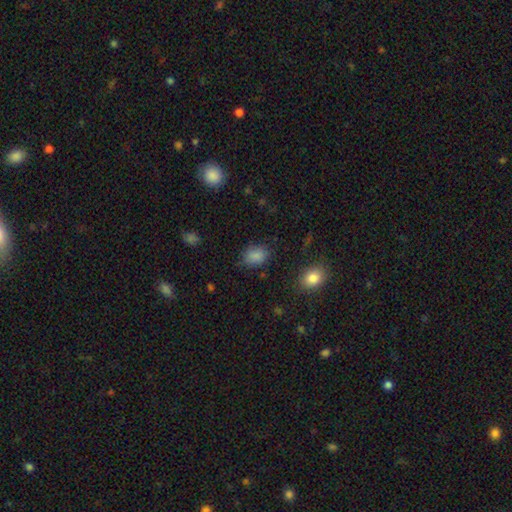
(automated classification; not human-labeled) smooth-or-featured: smooth: 85% | star or artifact: 10% | featured or disk: 5%
  how-rounded: in between: 67% | round: 31% | cigar-shaped: 1%
  merging: none: 78% | minor disturbance: 16% | major disturbance: 4% | merger: 2%